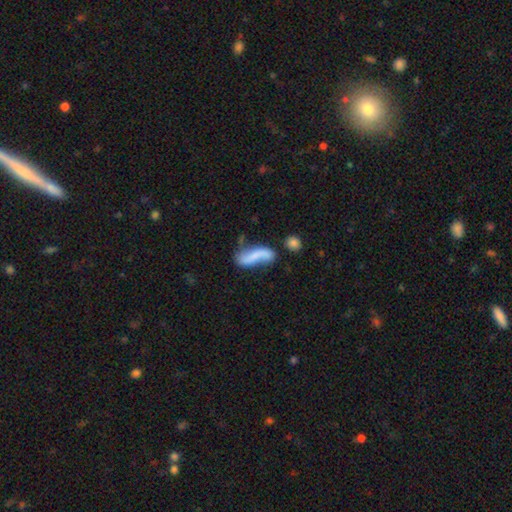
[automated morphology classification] The model was most divided on "how rounded": in between: 53%, cigar-shaped: 43%, round: 4%. Remaining: smooth or featured — smooth (53%); merging — none (42%).